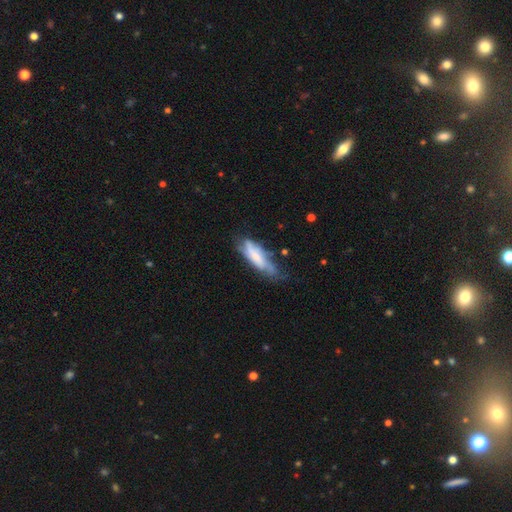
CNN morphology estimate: smooth 49%, featured or disk 44%, star or artifact 7%. Down the decision tree: merging — none (40%).